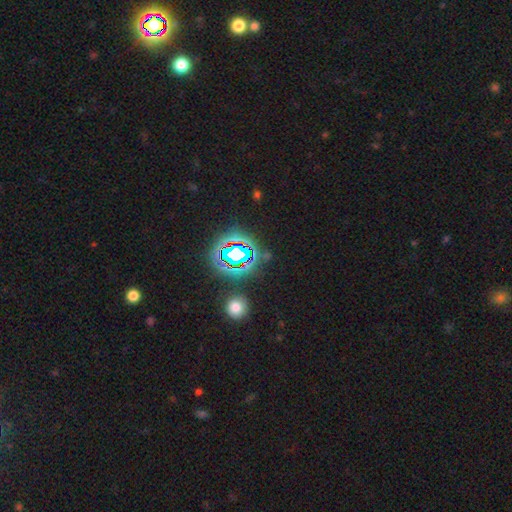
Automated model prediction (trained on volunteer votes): This is likely a star or artifact rather than a galaxy (76%).